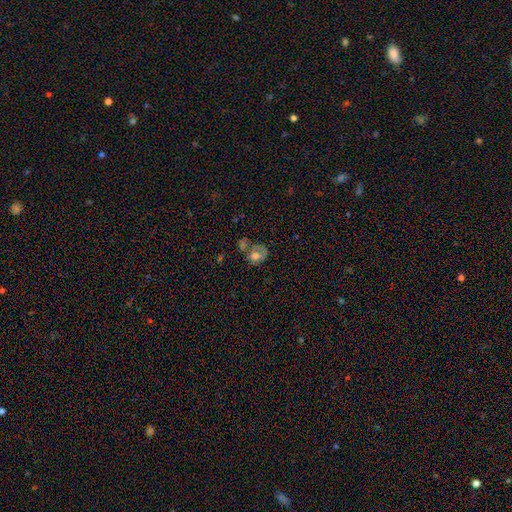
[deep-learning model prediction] Smooth or featured: smooth — 60% (featured or disk — 30%)
How rounded: in between — 52% (round — 47%)
Merging: merger — 32% (none — 29%)